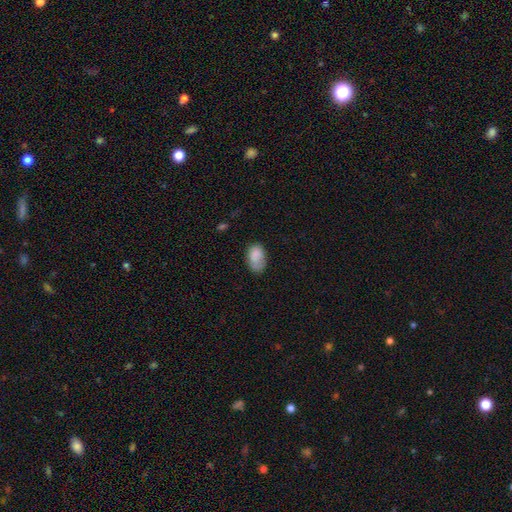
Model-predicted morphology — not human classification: Q: Smooth or featured?
A: smooth (82%); runner-up: featured or disk (9%)
Q: How rounded?
A: in between (90%); runner-up: round (9%)
Q: Merging?
A: none (57%); runner-up: minor disturbance (30%)